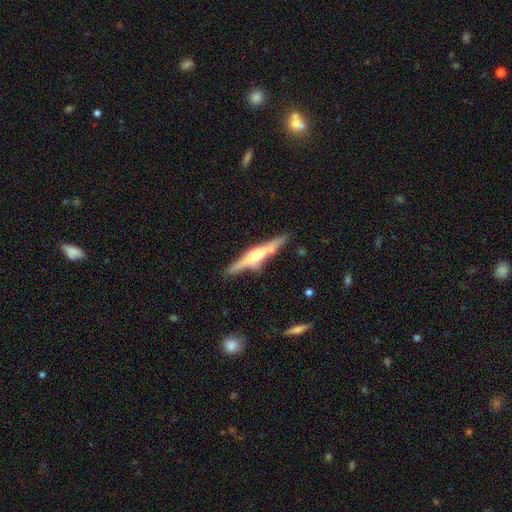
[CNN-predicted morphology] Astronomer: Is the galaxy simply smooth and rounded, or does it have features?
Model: featured or disk — 67%.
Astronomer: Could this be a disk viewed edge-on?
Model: yes — 96%.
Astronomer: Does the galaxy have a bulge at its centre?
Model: rounded — 73%.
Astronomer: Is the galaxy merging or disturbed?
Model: none — 77%.